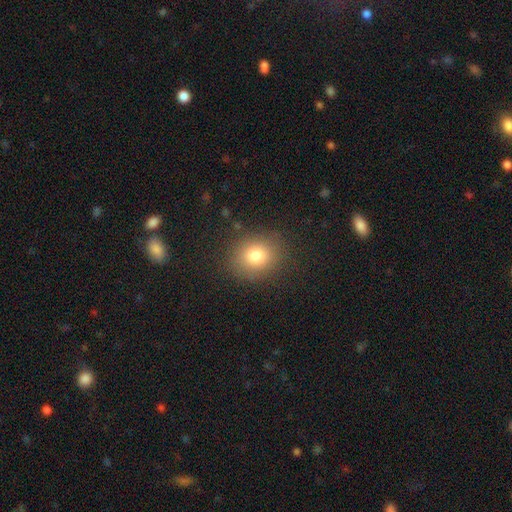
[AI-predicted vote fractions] Smooth or featured?
  - smooth: 79% *
  - star or artifact: 12%
  - featured or disk: 8%
How rounded?
  - round: 72% *
  - in between: 27%
  - cigar-shaped: 1%
Merging?
  - none: 86% *
  - minor disturbance: 9%
  - major disturbance: 4%
  - merger: 1%